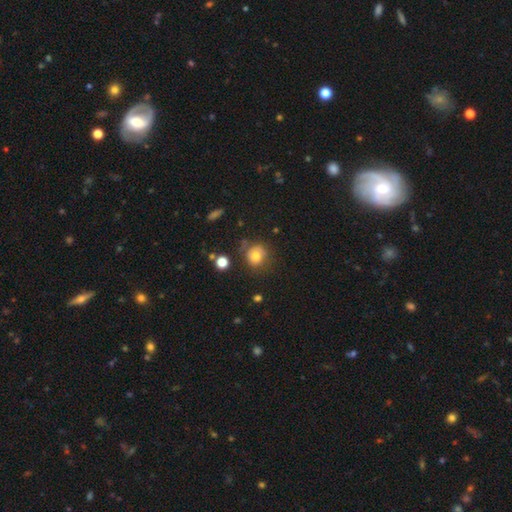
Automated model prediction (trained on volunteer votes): Overall: smooth (68%). How rounded: round (82%). Merging: none (60%; minor disturbance 24%).